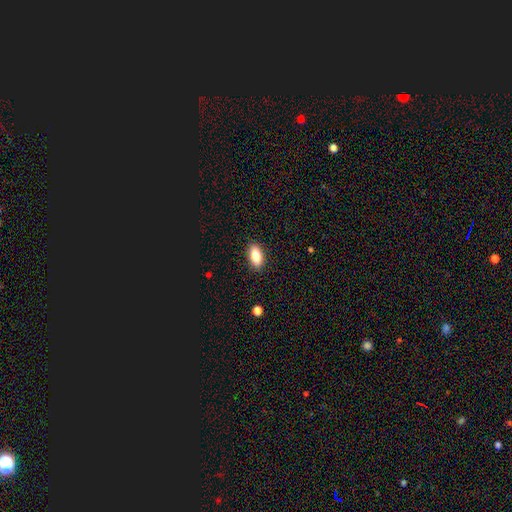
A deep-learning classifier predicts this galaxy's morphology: A smooth galaxy with no disk features (84%) that is in between round and cigar-shaped (88%).

Vote fractions:
- Smooth or featured? smooth: 84% / featured or disk: 9% / star or artifact: 8%
- How rounded? in between: 88% / cigar-shaped: 9% / round: 4%
- Merging? none: 89% / minor disturbance: 8% / major disturbance: 2% / merger: 1%